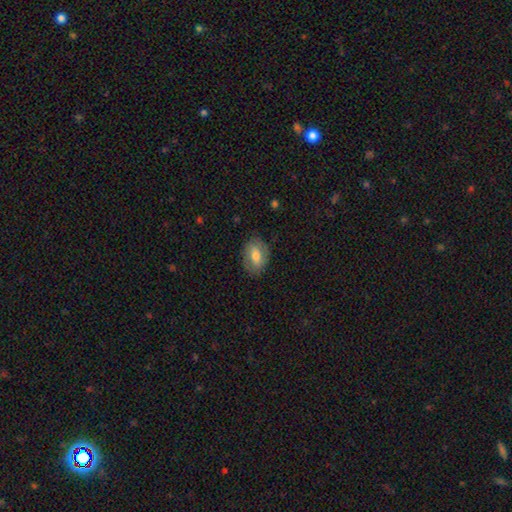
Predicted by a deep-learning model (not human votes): A smooth galaxy with no disk features (65%) that is in between round and cigar-shaped (83%).

Vote fractions:
- Smooth or featured? smooth: 65% / featured or disk: 28% / star or artifact: 7%
- How rounded? in between: 83% / round: 15% / cigar-shaped: 2%
- Merging? none: 80% / minor disturbance: 15% / major disturbance: 4% / merger: 1%